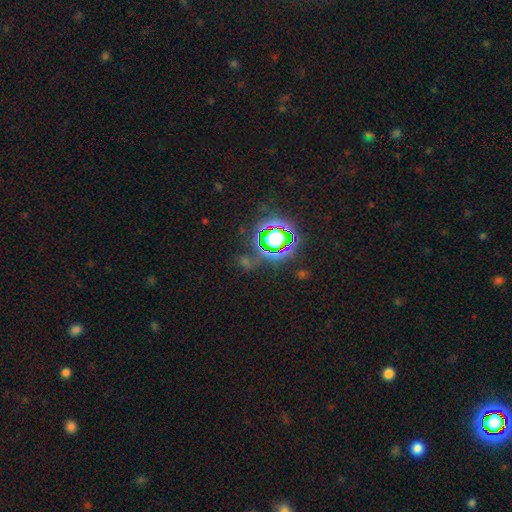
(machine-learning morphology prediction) Smooth or featured?
  - star or artifact: 81% *
  - smooth: 11%
  - featured or disk: 7%